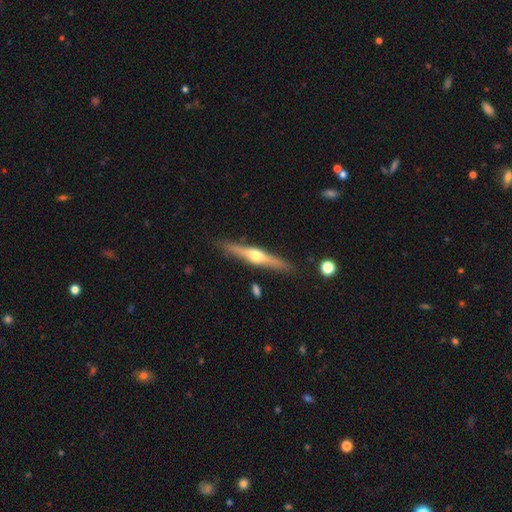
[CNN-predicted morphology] Smooth or featured? featured or disk (70%)
Edge-on disk? yes (97%)
Edge-on bulge? rounded (92%)
Merging? none (87%)